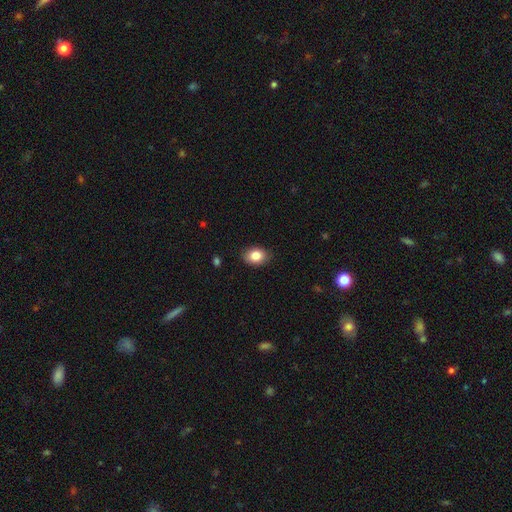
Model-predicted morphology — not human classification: A smooth galaxy with no disk features (84%) that is in between round and cigar-shaped (75%).

Vote fractions:
- Smooth or featured? smooth: 84% / star or artifact: 8% / featured or disk: 8%
- How rounded? in between: 75% / round: 24% / cigar-shaped: 1%
- Merging? none: 87% / minor disturbance: 10% / major disturbance: 2% / merger: 1%